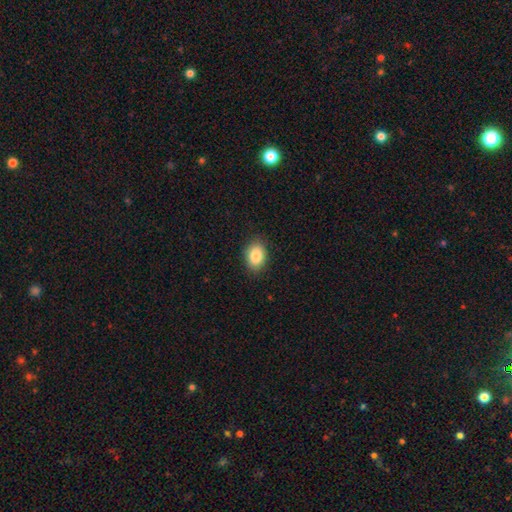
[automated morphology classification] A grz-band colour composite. It shows a smooth galaxy with no disk features (86%) that is in between round and cigar-shaped (77%). Merging: none (88%).